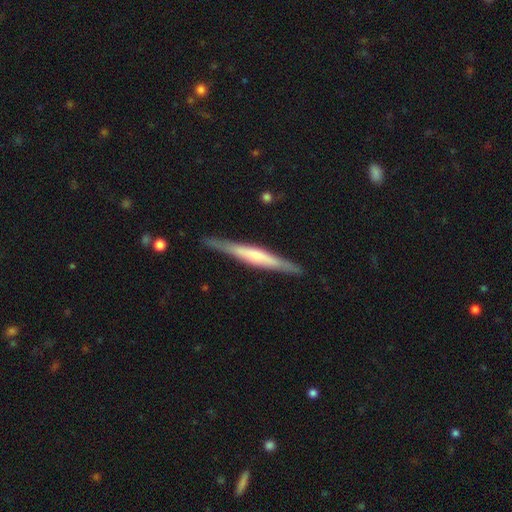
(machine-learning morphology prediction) Q: Smooth or featured?
A: featured or disk (61%); runner-up: smooth (34%)
Q: Edge-on disk?
A: yes (97%); runner-up: no (3%)
Q: Edge-on bulge?
A: rounded (41%); runner-up: none (33%)
Q: Merging?
A: none (88%); runner-up: minor disturbance (9%)